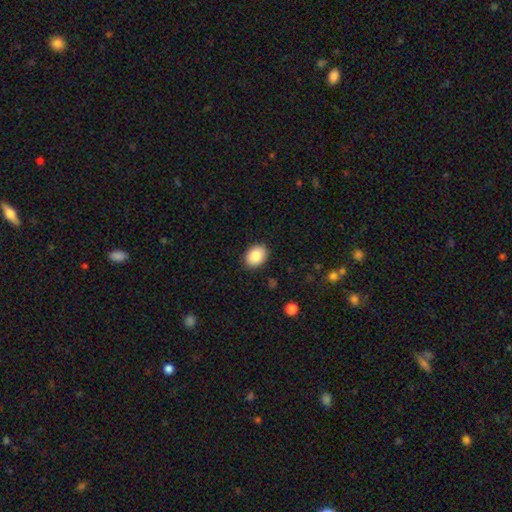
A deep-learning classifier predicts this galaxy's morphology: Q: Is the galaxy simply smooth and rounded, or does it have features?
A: smooth — 88%.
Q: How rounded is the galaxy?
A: in between — 67%.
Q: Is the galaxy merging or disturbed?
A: none — 89%.